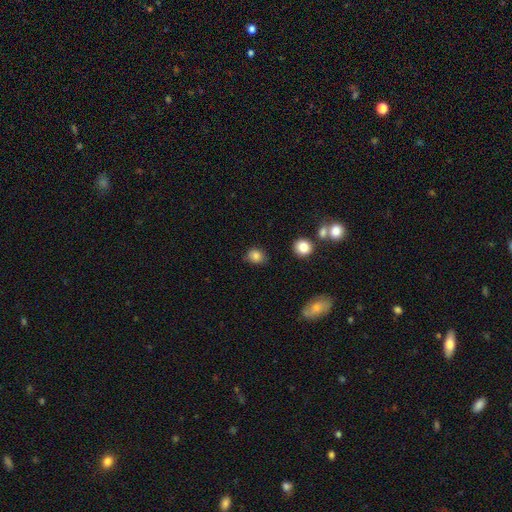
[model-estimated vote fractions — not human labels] A smooth galaxy with no disk features (83%) that is round (58%).

Vote fractions:
- Smooth or featured? smooth: 83% / star or artifact: 11% / featured or disk: 5%
- How rounded? round: 58% / in between: 41% / cigar-shaped: 1%
- Merging? none: 76% / minor disturbance: 17% / major disturbance: 4% / merger: 3%